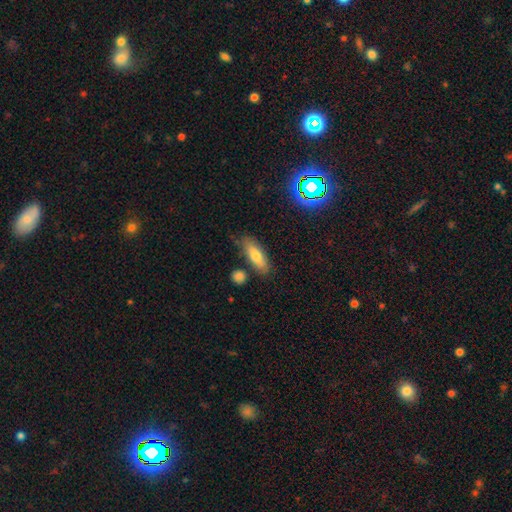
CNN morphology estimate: A smooth galaxy with no disk features (69%) that is in between round and cigar-shaped (56%).

Vote fractions:
- Smooth or featured? smooth: 69% / featured or disk: 20% / star or artifact: 11%
- How rounded? in between: 56% / cigar-shaped: 41% / round: 3%
- Merging? none: 74% / minor disturbance: 16% / merger: 5% / major disturbance: 4%